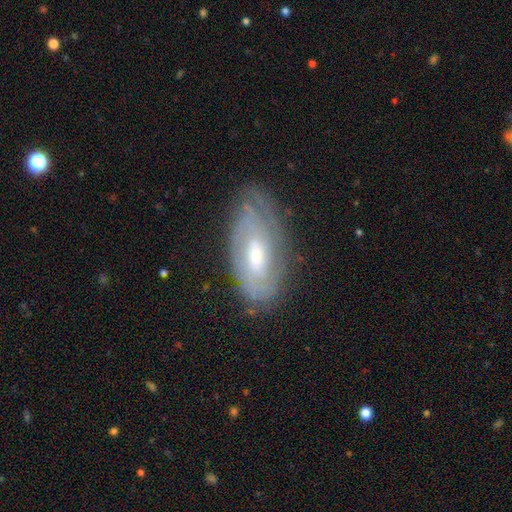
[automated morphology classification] smooth_or_featured: featured or disk (p=0.75) [alt: smooth p=0.18]
disk_edge_on: no (p=0.91) [alt: yes p=0.09]
bar: no (p=0.49) [alt: weak p=0.41]
has_spiral_arms: yes (p=0.87) [alt: no p=0.13]
spiral_winding: tight (p=0.70) [alt: medium p=0.23]
spiral_arm_count: can't tell (p=0.55) [alt: 2 p=0.22]
bulge_size: moderate (p=0.54) [alt: small p=0.40]
merging: none (p=0.71) [alt: minor disturbance p=0.21]